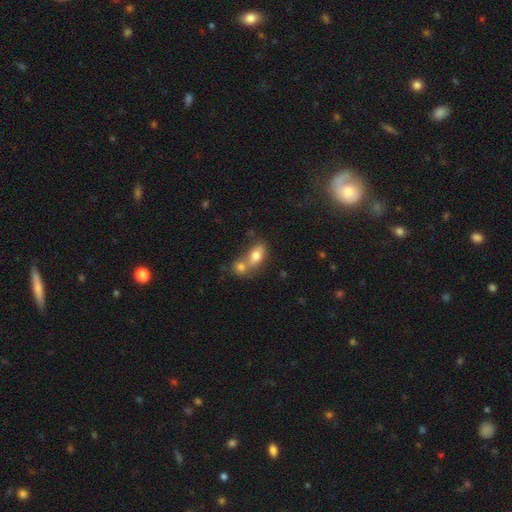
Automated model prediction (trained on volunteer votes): smooth_or_featured: smooth (p=0.75) [alt: featured or disk p=0.16]
how_rounded: in between (p=0.80) [alt: round p=0.16]
merging: merger (p=0.62) [alt: none p=0.26]